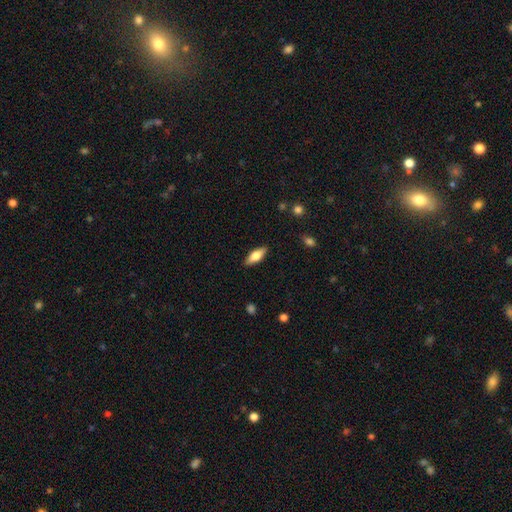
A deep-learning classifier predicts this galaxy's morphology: Smooth or featured? smooth (58%)
How rounded? in between (63%)
Merging? none (88%)